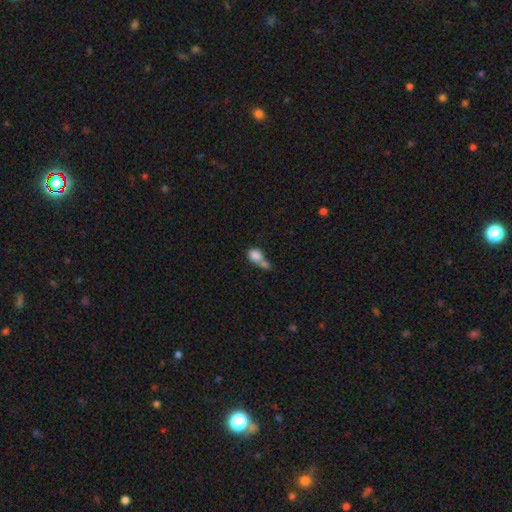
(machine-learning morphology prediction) The model was most divided on "how rounded": round: 51%, in between: 46%, cigar-shaped: 3%. More confident: smooth or featured — smooth (81%); merging — merger (61%).